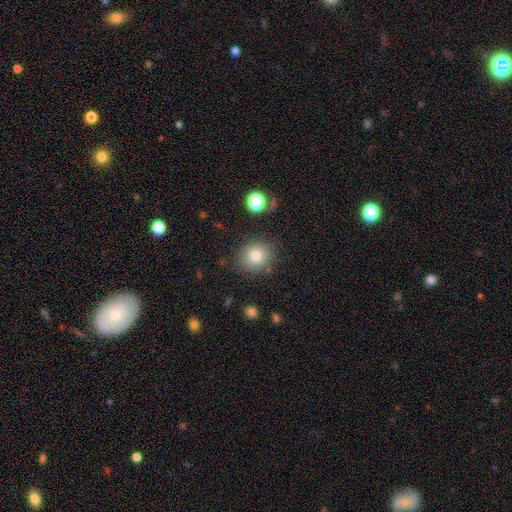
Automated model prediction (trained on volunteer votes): A smooth galaxy with no disk features (80%) that is round (82%).

Vote fractions:
- Smooth or featured? smooth: 80% / star or artifact: 11% / featured or disk: 8%
- How rounded? round: 82% / in between: 17% / cigar-shaped: 1%
- Merging? none: 84% / minor disturbance: 10% / major disturbance: 3% / merger: 3%